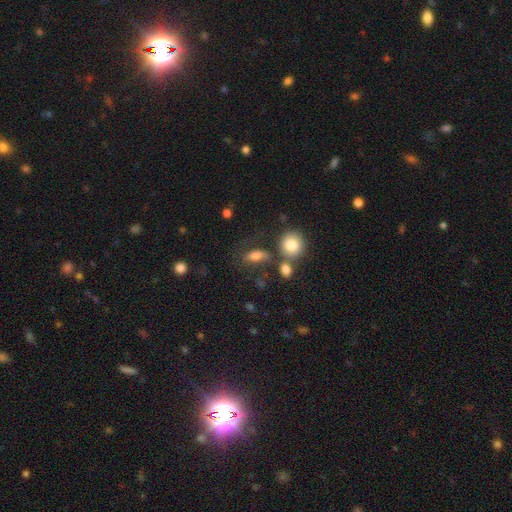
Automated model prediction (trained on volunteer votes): smooth 78%, star or artifact 11%, featured or disk 11%. Down the decision tree: how rounded — in between (75%); merging — none (47%).